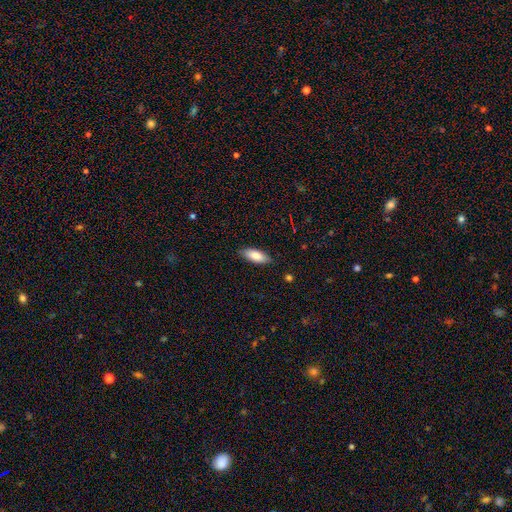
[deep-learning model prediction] Smooth or featured?
  - smooth: 80% *
  - featured or disk: 14%
  - star or artifact: 6%
How rounded?
  - in between: 77% *
  - cigar-shaped: 21%
  - round: 2%
Merging?
  - none: 87% *
  - minor disturbance: 10%
  - major disturbance: 2%
  - merger: 1%